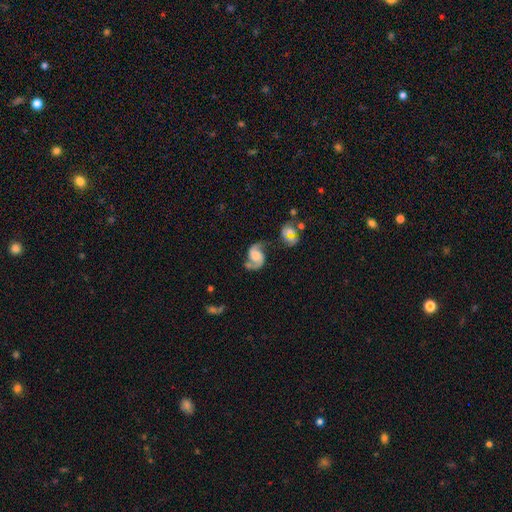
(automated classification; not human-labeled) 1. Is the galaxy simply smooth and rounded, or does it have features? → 86% featured or disk, 8% smooth, 6% star or artifact.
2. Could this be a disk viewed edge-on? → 98% no, 2% yes.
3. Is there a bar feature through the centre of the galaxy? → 57% no, 34% weak, 9% strong.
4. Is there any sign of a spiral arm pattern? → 97% yes, 3% no.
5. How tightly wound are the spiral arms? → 49% medium, 38% loose, 13% tight.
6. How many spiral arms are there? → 93% 2, 2% 1, 2% can't tell, 1% 3, 1% 4, 1% more than 4.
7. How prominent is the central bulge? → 40% moderate, 23% small, 18% large, 16% none, 3% dominant.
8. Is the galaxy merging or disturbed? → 63% none, 18% minor disturbance, 10% merger, 9% major disturbance.